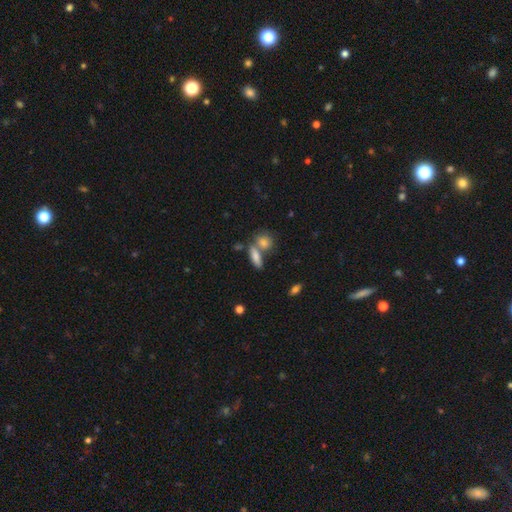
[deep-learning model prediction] Overall: smooth (77%). How rounded: in between (54%; cigar-shaped 38%). Merging: none (51%; merger 34%).